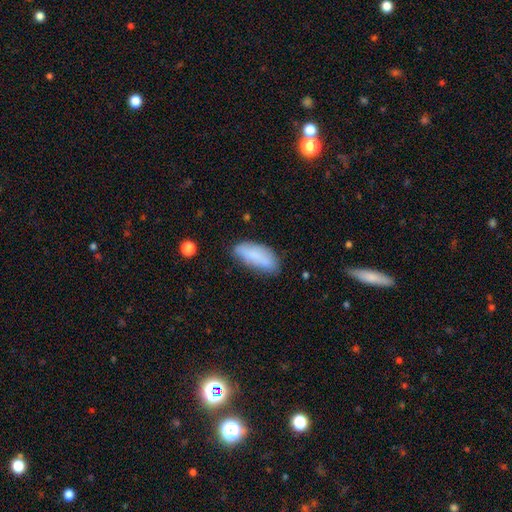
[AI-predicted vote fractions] Morphology: type=smooth (83%); roundness=in between (75%); merging=none (72%).